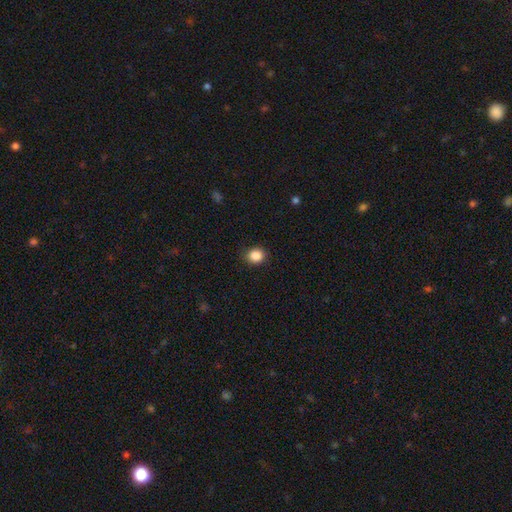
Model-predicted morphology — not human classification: type=smooth (87%); roundness=round (80%); merging=none (89%).